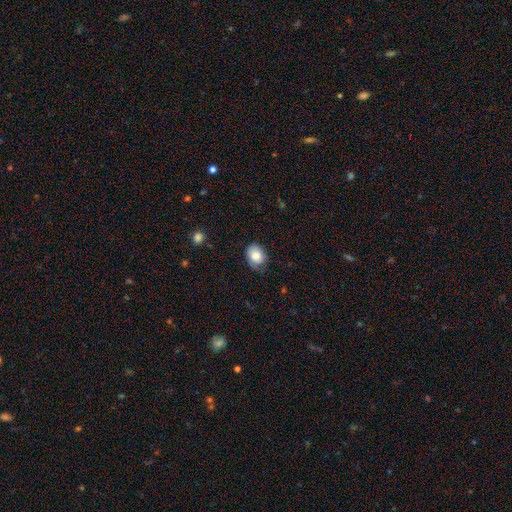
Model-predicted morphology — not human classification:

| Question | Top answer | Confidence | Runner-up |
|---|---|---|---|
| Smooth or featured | smooth | 82% | featured or disk (10%) |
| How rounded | in between | 61% | round (38%) |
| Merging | none | 66% | minor disturbance (27%) |